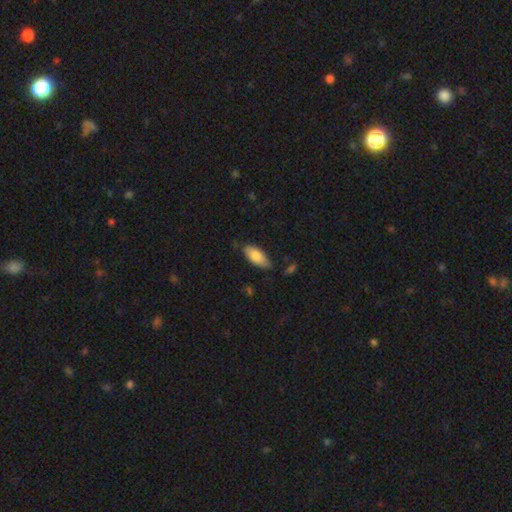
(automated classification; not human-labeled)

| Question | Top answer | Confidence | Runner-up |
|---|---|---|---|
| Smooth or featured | smooth | 81% | featured or disk (13%) |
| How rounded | in between | 85% | cigar-shaped (13%) |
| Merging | none | 77% | minor disturbance (18%) |